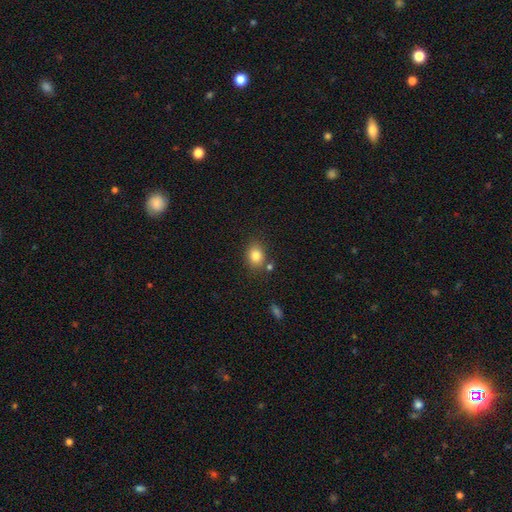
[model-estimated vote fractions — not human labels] A smooth galaxy with no disk features (82%) that is in between round and cigar-shaped (55%). Merging: none (76%).